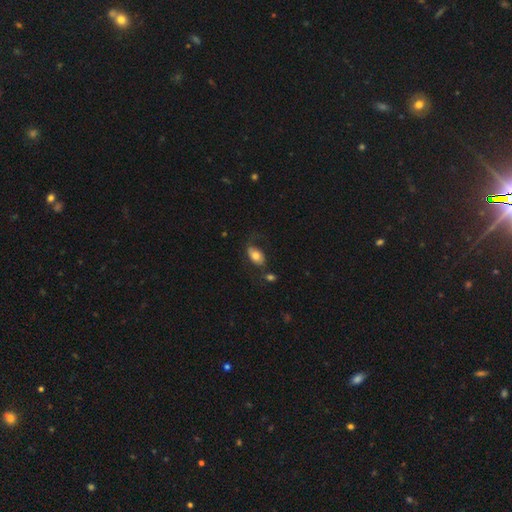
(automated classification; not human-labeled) Smooth or featured: smooth — 67% (featured or disk — 26%)
How rounded: in between — 91% (round — 7%)
Merging: none — 55% (minor disturbance — 21%)